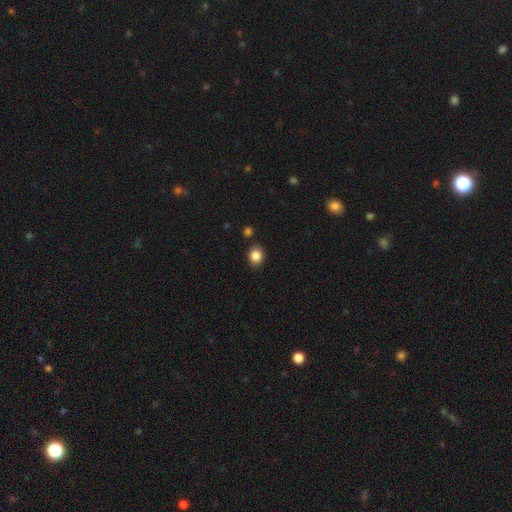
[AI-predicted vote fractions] The model was most divided on "how rounded": round: 54%, in between: 45%, cigar-shaped: 1%. More confident: smooth or featured — smooth (86%); merging — none (84%).